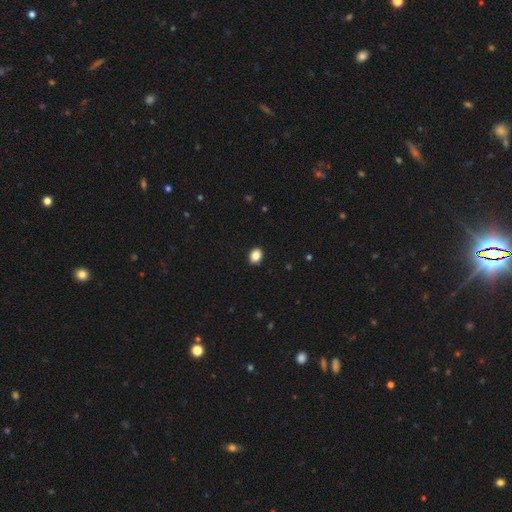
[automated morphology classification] smooth 86%, star or artifact 9%, featured or disk 5%. Down the decision tree: how rounded — in between (57%); merging — none (91%).